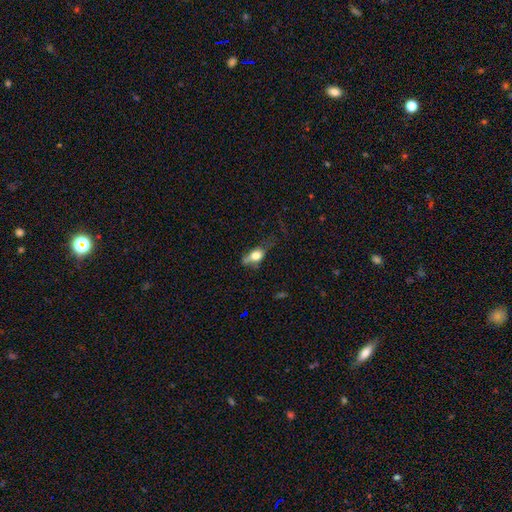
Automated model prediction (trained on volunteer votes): Smooth or featured?
  - smooth: 67% *
  - featured or disk: 24%
  - star or artifact: 9%
How rounded?
  - in between: 74% *
  - round: 15%
  - cigar-shaped: 11%
Merging?
  - none: 36% *
  - minor disturbance: 33%
  - major disturbance: 26%
  - merger: 5%